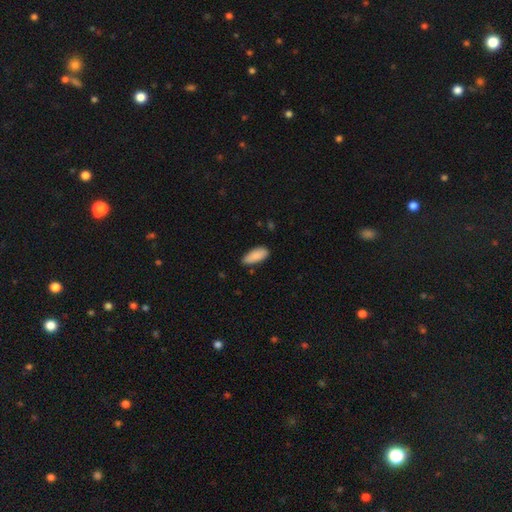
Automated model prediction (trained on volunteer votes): Smooth or featured? smooth (88%)
How rounded? in between (84%)
Merging? none (77%)